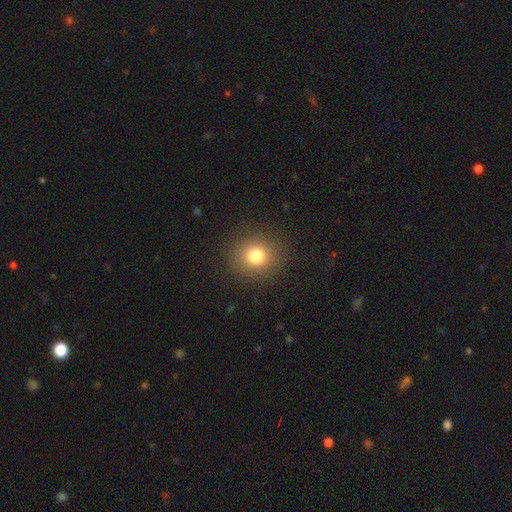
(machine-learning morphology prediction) Smooth or featured?
  - smooth: 79% *
  - star or artifact: 13%
  - featured or disk: 8%
How rounded?
  - round: 86% *
  - in between: 13%
  - cigar-shaped: 1%
Merging?
  - none: 89% *
  - minor disturbance: 7%
  - major disturbance: 3%
  - merger: 1%